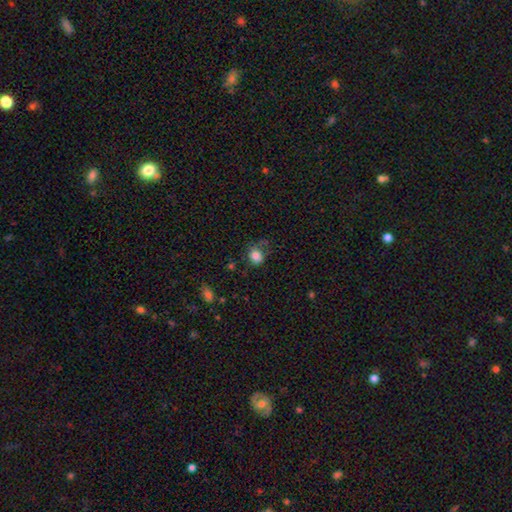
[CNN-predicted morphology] Smooth or featured: smooth — 82% (star or artifact — 10%)
How rounded: round — 59% (in between — 40%)
Merging: none — 46% (minor disturbance — 27%)